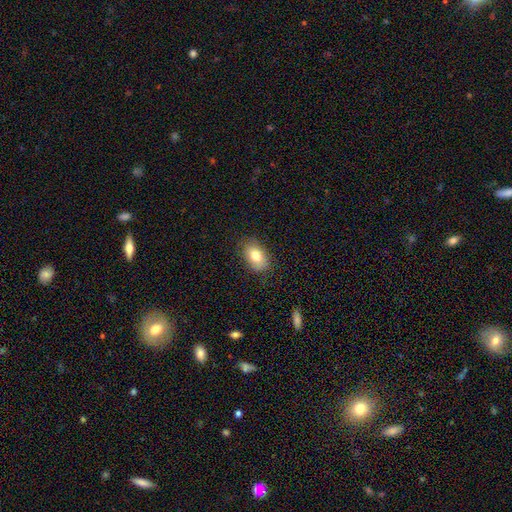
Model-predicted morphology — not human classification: smooth 78%, featured or disk 14%, star or artifact 8%. Down the decision tree: how rounded — in between (86%); merging — none (80%).